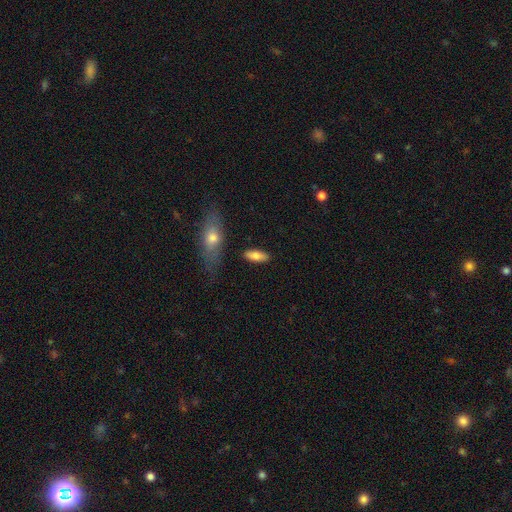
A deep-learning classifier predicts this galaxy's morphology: smooth 80%, featured or disk 14%, star or artifact 6%. Down the decision tree: how rounded — in between (72%); merging — none (83%).